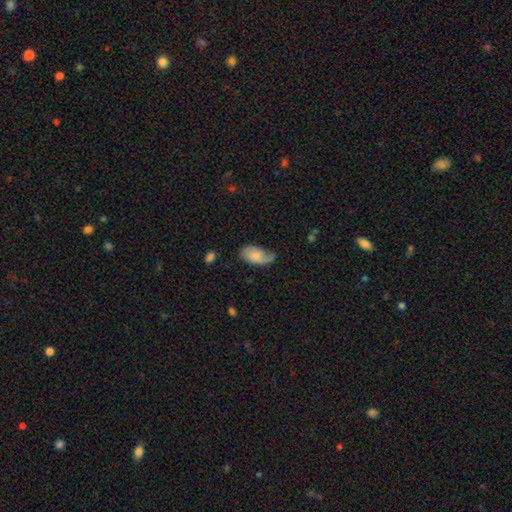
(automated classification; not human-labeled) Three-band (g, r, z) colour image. It shows a smooth galaxy with no disk features (56%) that is in between round and cigar-shaped (94%). Merging: none (45%).